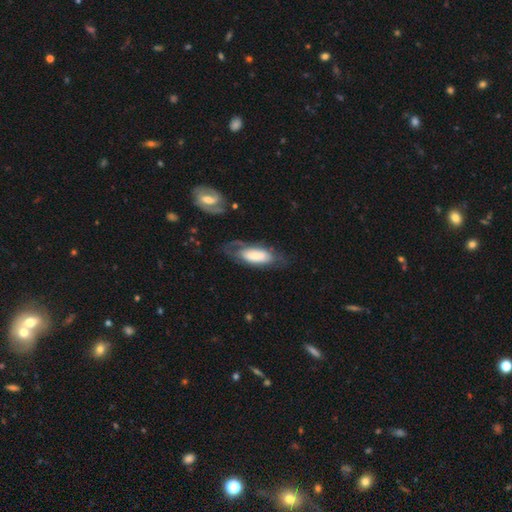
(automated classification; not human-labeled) A smooth galaxy with no disk features (53%) that is in between round and cigar-shaped (81%). Merging: none (56%).